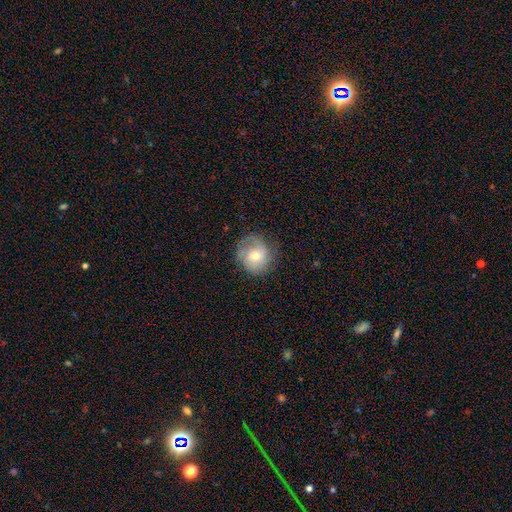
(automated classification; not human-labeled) Overall: featured or disk (58%; smooth 34%). Edge-on disk: no (97%). Bar: no (70%). Spiral arms: yes (85%). Bulge size: moderate (55%; small 39%). Merging: none (71%).